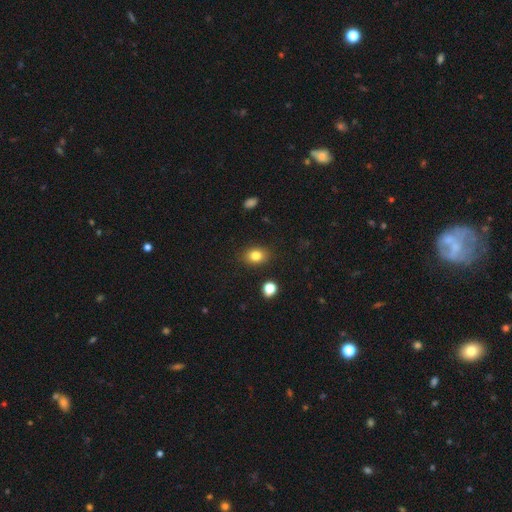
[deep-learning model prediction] This appears to be a smooth galaxy with no disk features (82%) that is in between round and cigar-shaped (59%). Merging: none (87%).